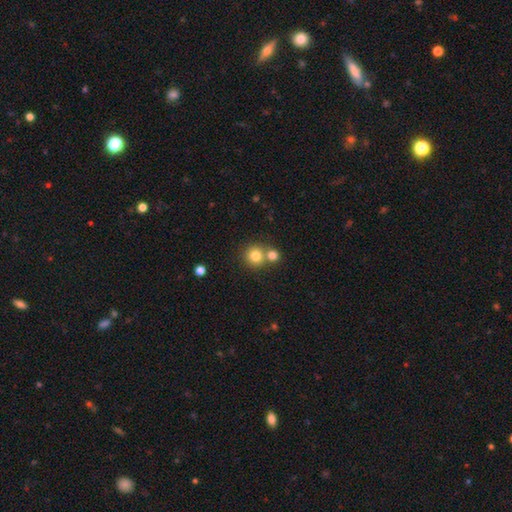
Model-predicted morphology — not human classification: A smooth galaxy with no disk features (79%) that is round (92%).

Vote fractions:
- Smooth or featured? smooth: 79% / star or artifact: 12% / featured or disk: 8%
- How rounded? round: 92% / in between: 7% / cigar-shaped: 1%
- Merging? none: 59% / merger: 32% / minor disturbance: 6% / major disturbance: 2%